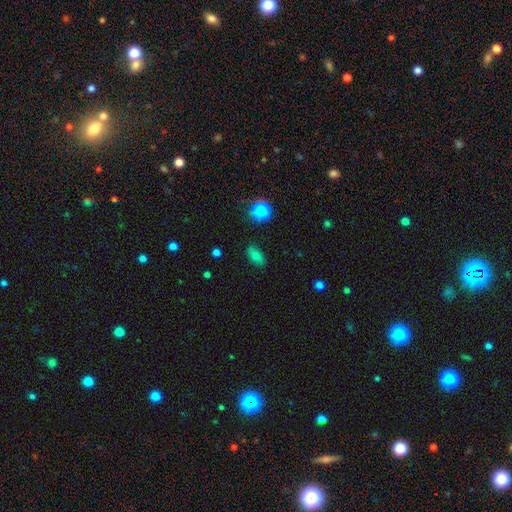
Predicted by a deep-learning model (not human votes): A smooth galaxy with no disk features (73%) that is in between round and cigar-shaped (83%).

Vote fractions:
- Smooth or featured? smooth: 73% / star or artifact: 14% / featured or disk: 13%
- How rounded? in between: 83% / round: 13% / cigar-shaped: 5%
- Merging? none: 82% / minor disturbance: 13% / major disturbance: 3% / merger: 2%